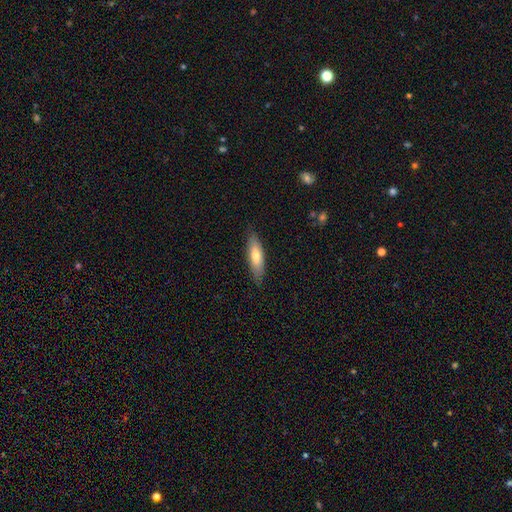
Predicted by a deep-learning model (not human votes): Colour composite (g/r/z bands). It shows a smooth galaxy with no disk features (70%) that is cigar-shaped (55%). Merging: none (84%).